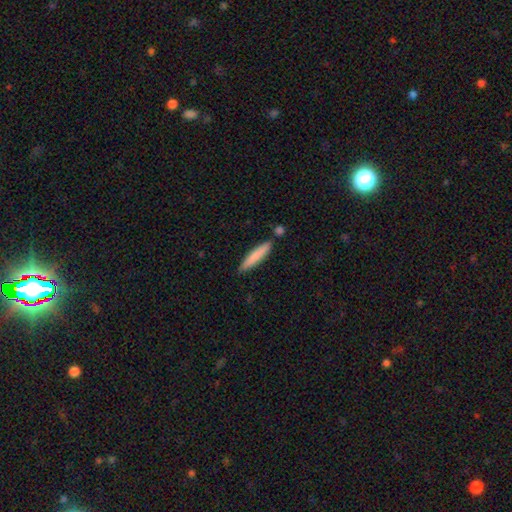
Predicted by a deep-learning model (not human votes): Smooth or featured?
  - smooth: 80% *
  - featured or disk: 15%
  - star or artifact: 5%
How rounded?
  - cigar-shaped: 90% *
  - in between: 9%
  - round: 1%
Merging?
  - none: 82% *
  - minor disturbance: 10%
  - merger: 6%
  - major disturbance: 2%